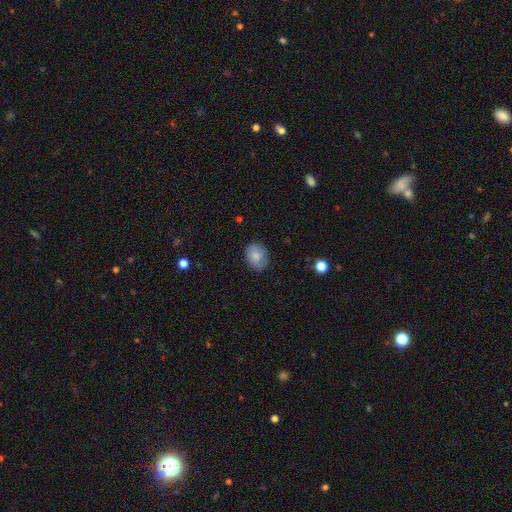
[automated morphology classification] Smooth or featured? Predicted: smooth (p=0.78). How rounded? Predicted: in between (p=0.53). Merging? Predicted: none (p=0.73).